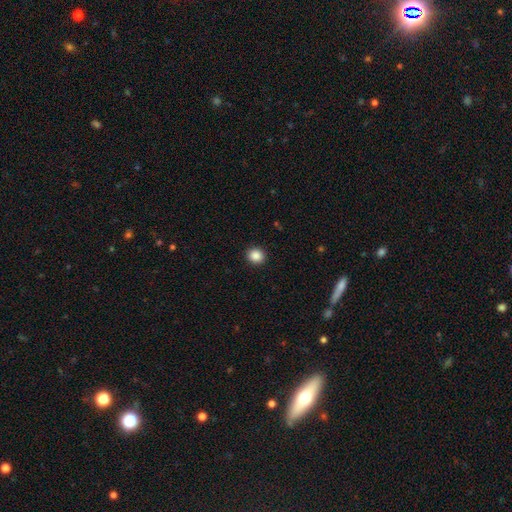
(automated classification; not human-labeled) Q: Smooth or featured?
A: smooth (87%); runner-up: star or artifact (10%)
Q: How rounded?
A: round (85%); runner-up: in between (14%)
Q: Merging?
A: none (92%); runner-up: minor disturbance (5%)